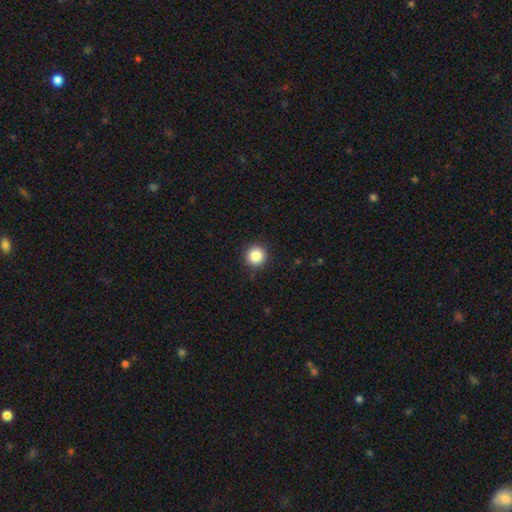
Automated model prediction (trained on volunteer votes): Smooth or featured? Predicted: smooth (p=0.86). How rounded? Predicted: round (p=0.95). Merging? Predicted: none (p=0.91).